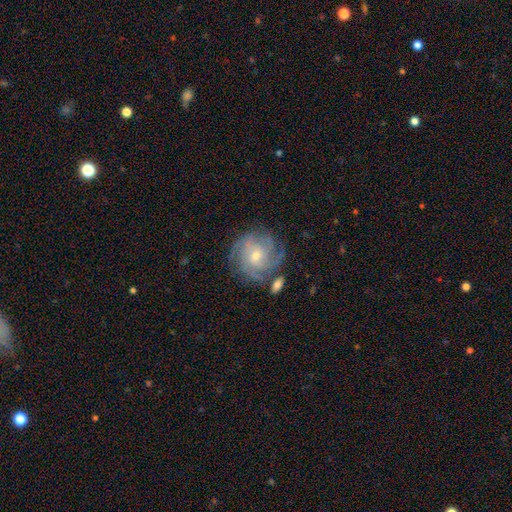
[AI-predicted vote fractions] Smooth or featured? featured or disk (80%)
Edge-on disk? no (97%)
Bar? no (65%)
Spiral arms? yes (95%)
Spiral winding? tight (63%)
Spiral arm count? 4 (31%)
Bulge size? small (60%)
Merging? none (72%)